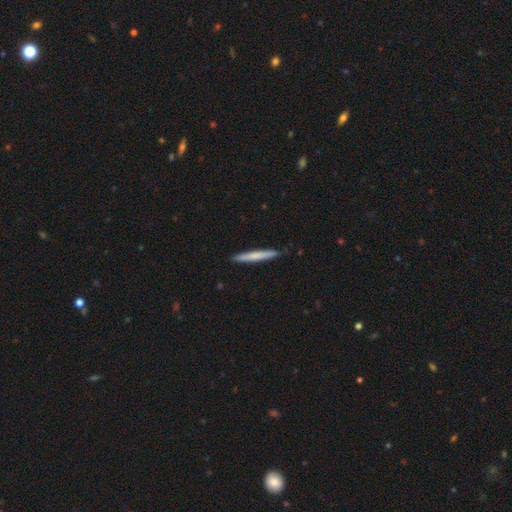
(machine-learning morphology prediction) smooth-or-featured: smooth: 67% | featured or disk: 28% | star or artifact: 5%
  how-rounded: cigar-shaped: 96% | in between: 3% | round: 1%
  merging: none: 89% | minor disturbance: 8% | major disturbance: 1% | merger: 1%